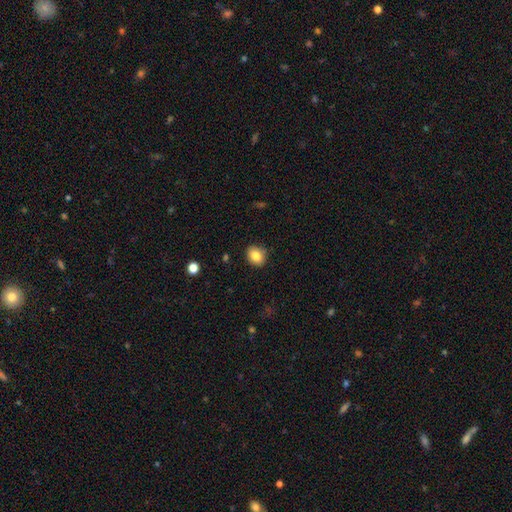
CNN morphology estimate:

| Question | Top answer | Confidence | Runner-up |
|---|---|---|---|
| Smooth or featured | smooth | 83% | star or artifact (9%) |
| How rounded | round | 58% | in between (41%) |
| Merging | none | 86% | minor disturbance (11%) |